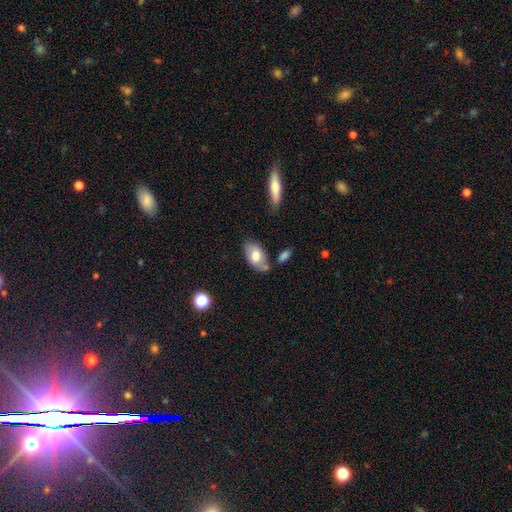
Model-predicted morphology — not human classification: type=smooth (72%); roundness=in between (93%); merging=none (63%).